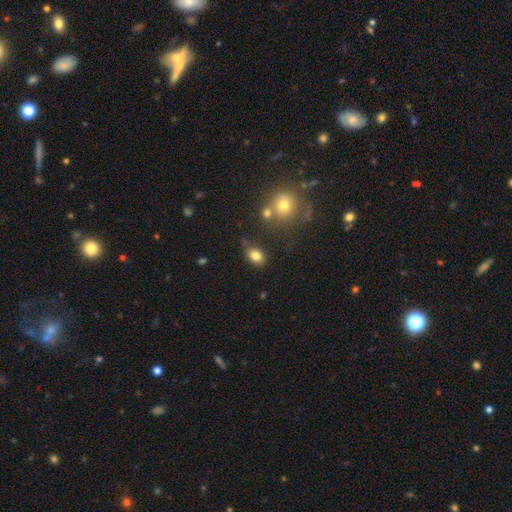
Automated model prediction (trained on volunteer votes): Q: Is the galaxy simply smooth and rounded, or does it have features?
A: smooth — 82%.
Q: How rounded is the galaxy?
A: in between — 75%.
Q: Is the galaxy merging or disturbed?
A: none — 67%.